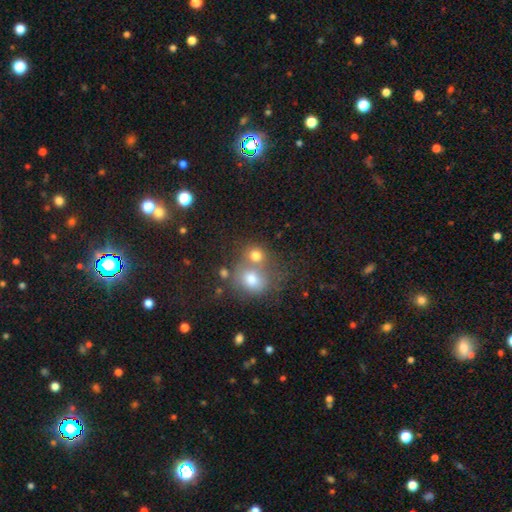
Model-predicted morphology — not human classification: type=smooth (73%); roundness=round (75%); merging=merger (50%).